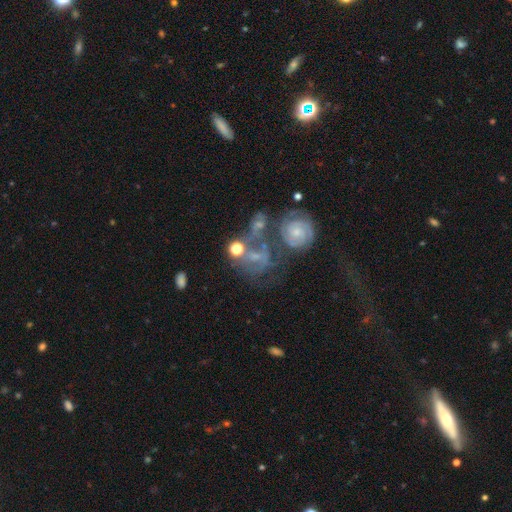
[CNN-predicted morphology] Smooth or featured?
  - featured or disk: 63% *
  - smooth: 20%
  - star or artifact: 16%
Edge-on disk?
  - no: 96% *
  - yes: 4%
Bar?
  - no: 64% *
  - weak: 26%
  - strong: 10%
Spiral arms?
  - yes: 70% *
  - no: 30%
Bulge size?
  - small: 51% *
  - moderate: 29%
  - none: 15%
  - large: 3%
  - dominant: 2%
Merging?
  - merger: 39% *
  - none: 27%
  - major disturbance: 20%
  - minor disturbance: 13%